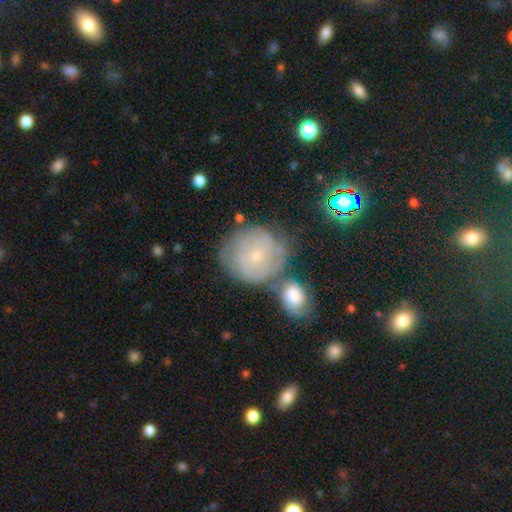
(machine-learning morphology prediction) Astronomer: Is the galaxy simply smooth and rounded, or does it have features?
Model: featured or disk — 49% (runner-up: smooth, 40%).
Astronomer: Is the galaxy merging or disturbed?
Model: none — 56%.